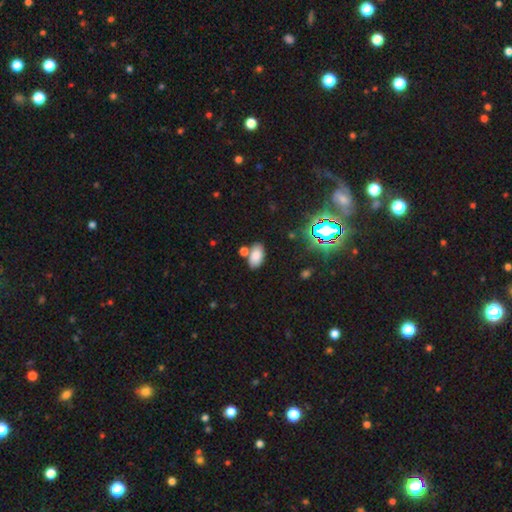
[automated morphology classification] This appears to be a smooth galaxy with no disk features (81%) that is in between round and cigar-shaped (93%). Merging: none (67%).